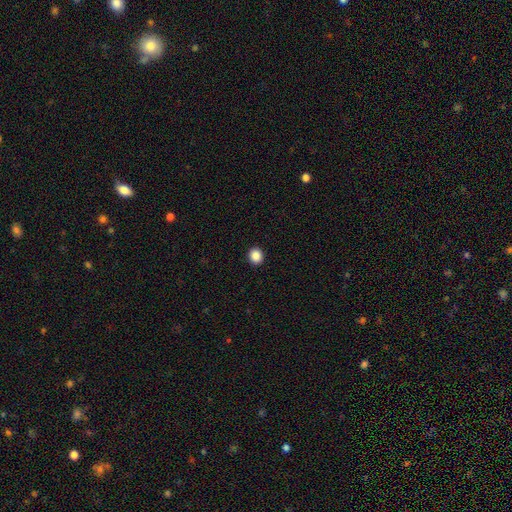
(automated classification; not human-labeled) Smooth or featured? smooth (88%)
How rounded? round (78%)
Merging? none (93%)